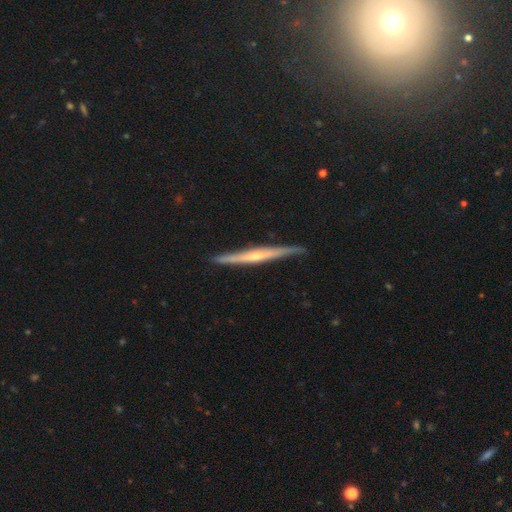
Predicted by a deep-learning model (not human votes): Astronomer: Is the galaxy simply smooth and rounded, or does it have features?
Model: featured or disk — 70%.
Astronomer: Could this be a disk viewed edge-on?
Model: yes — 97%.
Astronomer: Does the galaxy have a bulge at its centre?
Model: rounded — 52% (runner-up: none, 41%).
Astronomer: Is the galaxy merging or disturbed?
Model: none — 88%.